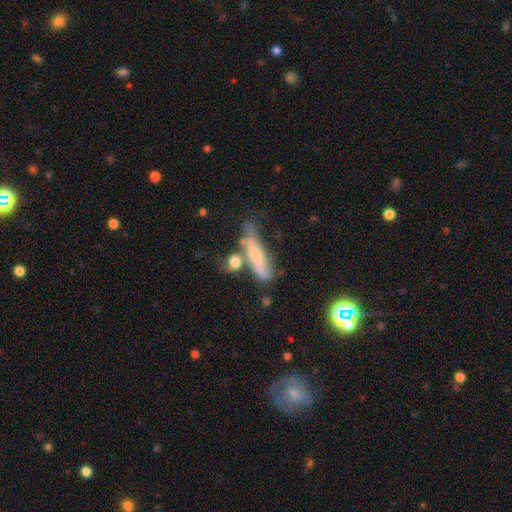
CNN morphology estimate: A smooth galaxy with no disk features (49%). Merging: none (32%).